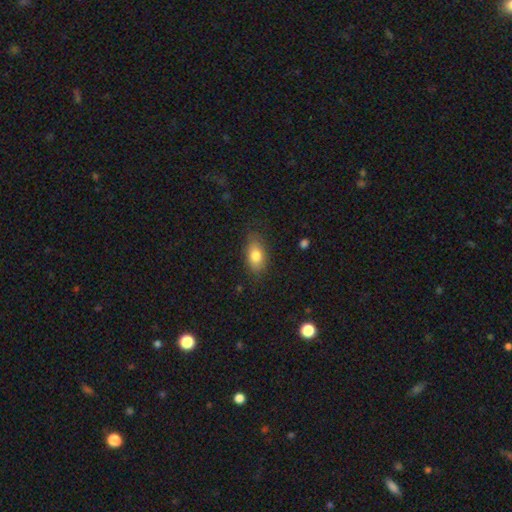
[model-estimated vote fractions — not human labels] Overall: smooth (79%). How rounded: in between (87%). Merging: none (80%).